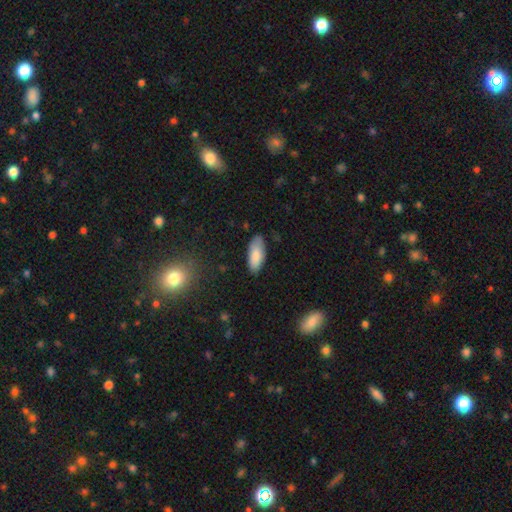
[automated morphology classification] type=smooth (85%); roundness=in between (84%); merging=none (80%).